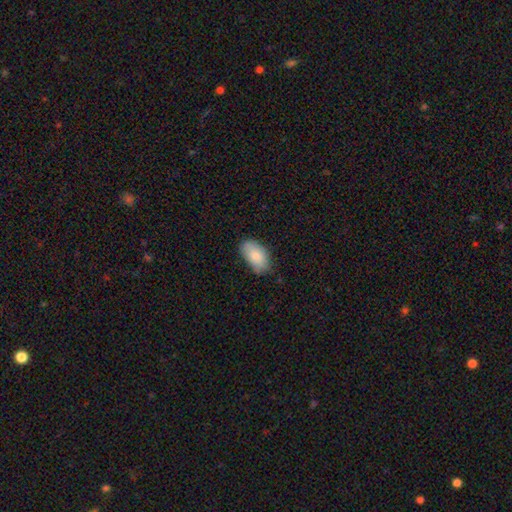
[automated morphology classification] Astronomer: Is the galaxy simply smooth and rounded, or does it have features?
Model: smooth — 83%.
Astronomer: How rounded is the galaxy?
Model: in between — 94%.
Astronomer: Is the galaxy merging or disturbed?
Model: none — 74%.